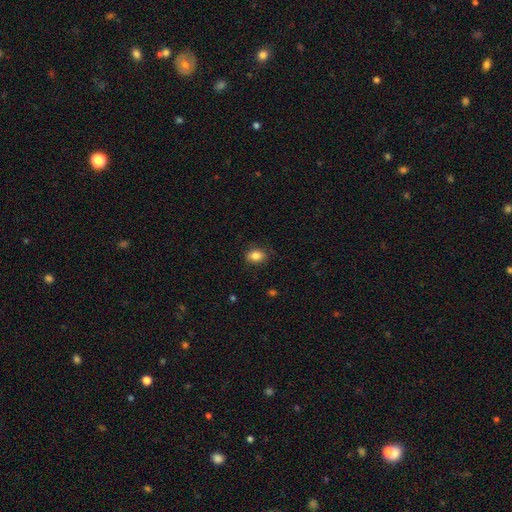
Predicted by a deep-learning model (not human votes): A smooth galaxy with no disk features (85%) that is in between round and cigar-shaped (68%).

Vote fractions:
- Smooth or featured? smooth: 85% / star or artifact: 9% / featured or disk: 6%
- How rounded? in between: 68% / round: 31% / cigar-shaped: 1%
- Merging? none: 84% / minor disturbance: 12% / major disturbance: 3% / merger: 1%